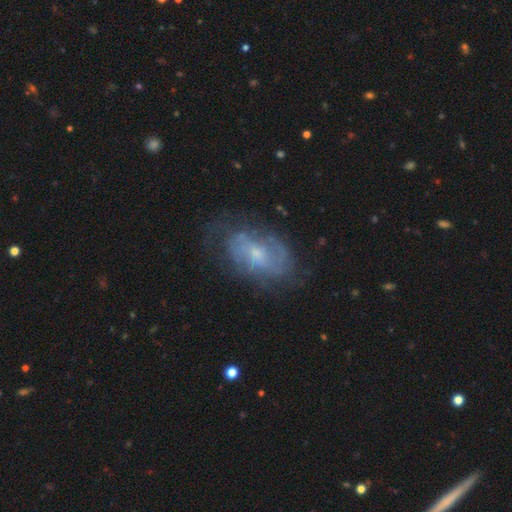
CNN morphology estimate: A featured or disk galaxy (70%) with no bar (59%), tight (49%) spiral arms (83%) and a small central bulge (55%).

Vote fractions:
- Smooth or featured? featured or disk: 70% / smooth: 20% / star or artifact: 10%
- Edge-on disk? no: 95% / yes: 5%
- Bar? no: 59% / weak: 35% / strong: 6%
- Spiral arms? yes: 83% / no: 17%
- Spiral winding? tight: 49% / medium: 37% / loose: 15%
- Spiral arm count? can't tell: 43% / 2: 38% / 3: 9% / 1: 5% / 4: 4% / more than 4: 3%
- Bulge size? small: 55% / moderate: 37% / none: 5% / large: 2% / dominant: 1%
- Merging? none: 69% / minor disturbance: 20% / major disturbance: 10% / merger: 1%